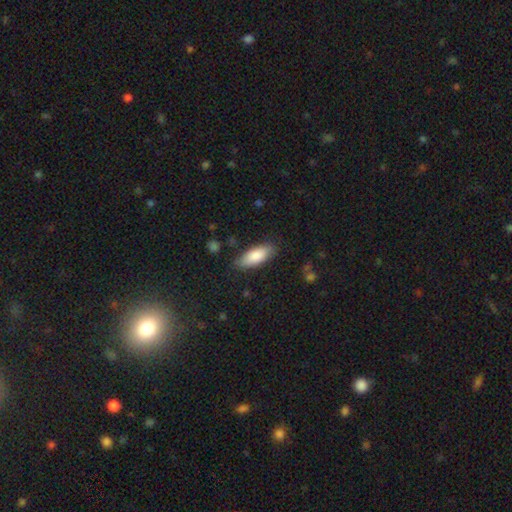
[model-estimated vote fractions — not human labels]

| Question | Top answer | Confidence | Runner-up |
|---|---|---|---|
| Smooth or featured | smooth | 83% | featured or disk (11%) |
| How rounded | in between | 77% | cigar-shaped (22%) |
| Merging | none | 82% | minor disturbance (14%) |